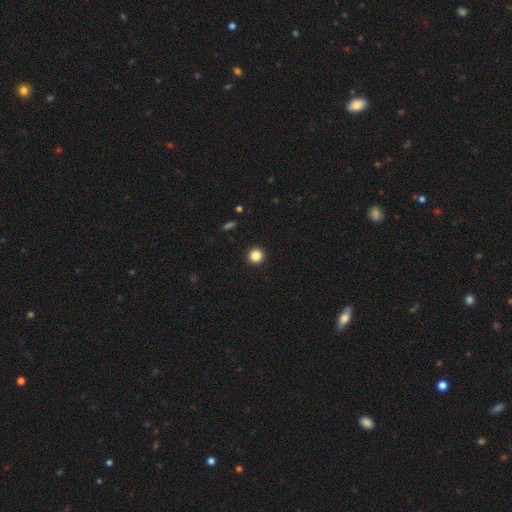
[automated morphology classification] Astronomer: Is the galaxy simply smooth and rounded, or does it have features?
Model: smooth — 85%.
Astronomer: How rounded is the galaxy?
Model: round — 96%.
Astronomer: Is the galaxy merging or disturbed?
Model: none — 94%.